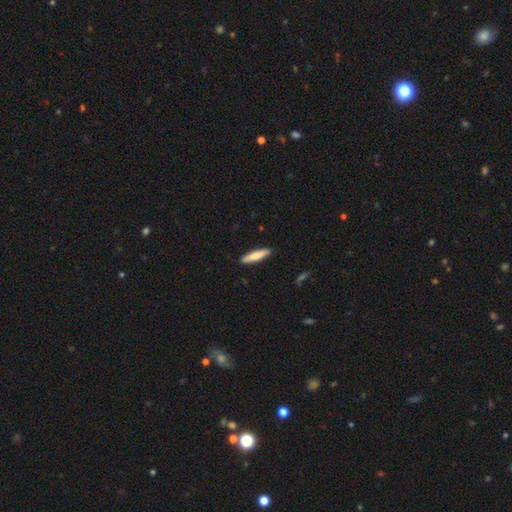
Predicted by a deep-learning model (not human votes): smooth 77%, featured or disk 18%, star or artifact 5%. Down the decision tree: how rounded — cigar-shaped (84%); merging — none (90%).